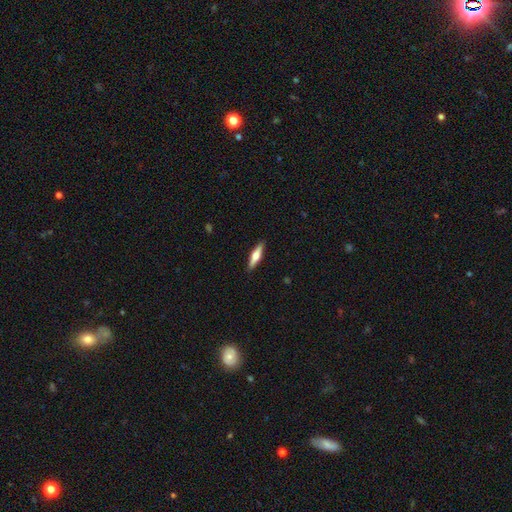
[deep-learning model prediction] Smooth or featured: featured or disk — 49% (smooth — 45%)
Merging: none — 91% (minor disturbance — 7%)